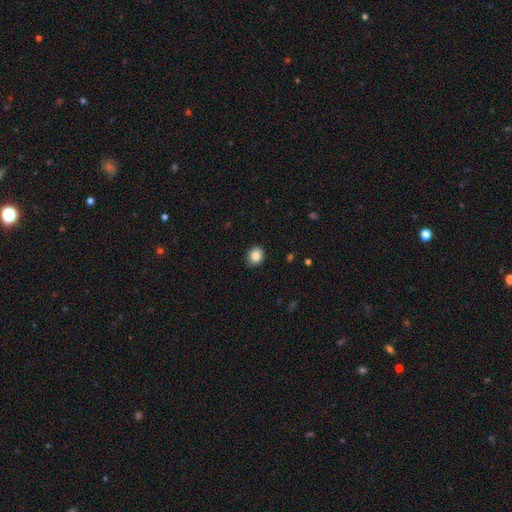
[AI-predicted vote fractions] A smooth galaxy with no disk features (87%) that is round (67%). Merging: none (87%).